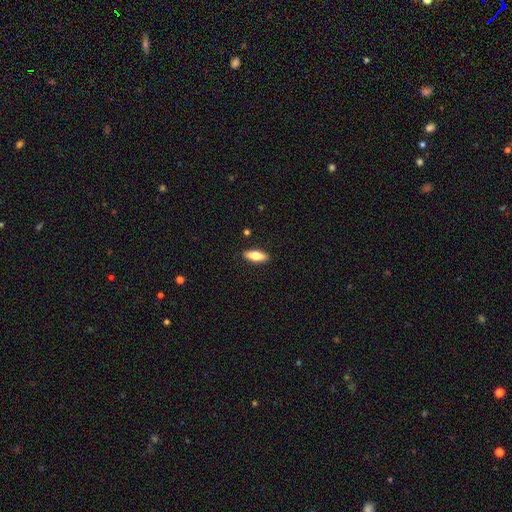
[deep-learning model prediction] The model was most divided on "how rounded": in between: 66%, cigar-shaped: 31%, round: 3%. More confident: merging — none (90%); smooth or featured — smooth (69%).